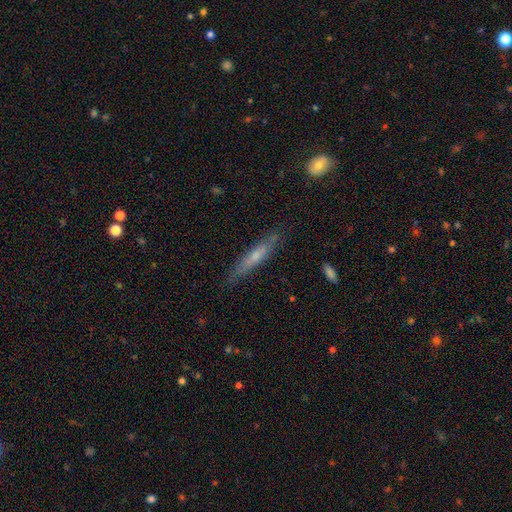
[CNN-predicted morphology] This is possibly a featured or disk galaxy (48%). Merging: clearly none (83%).